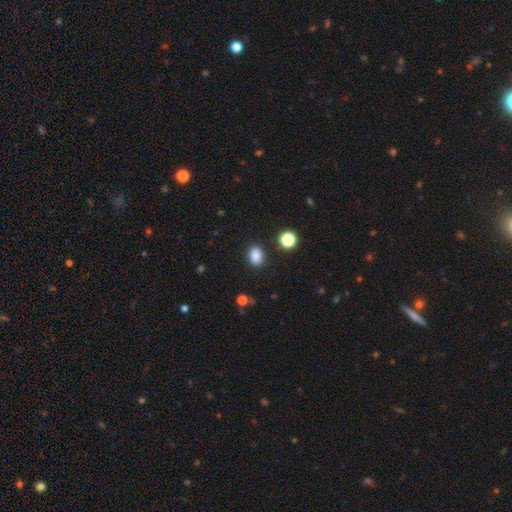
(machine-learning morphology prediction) Smooth or featured? smooth (86%)
How rounded? in between (70%)
Merging? none (86%)